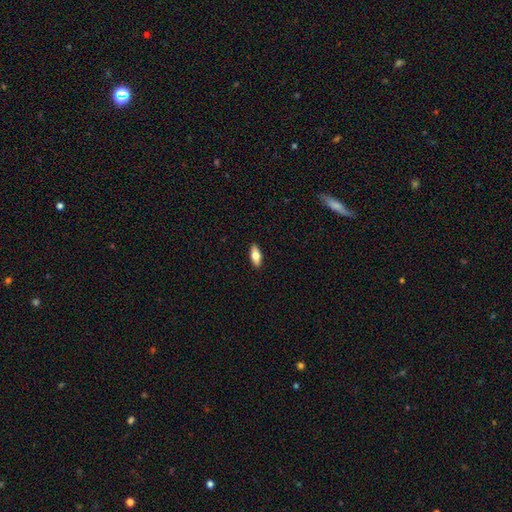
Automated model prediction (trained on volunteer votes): smooth_or_featured: smooth (p=0.73) [alt: featured or disk p=0.20]
how_rounded: in between (p=0.81) [alt: cigar-shaped p=0.16]
merging: none (p=0.90) [alt: minor disturbance p=0.07]